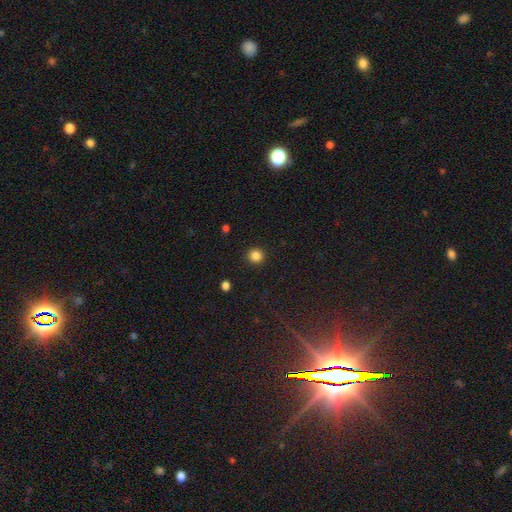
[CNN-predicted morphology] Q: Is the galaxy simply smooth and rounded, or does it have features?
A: smooth — 85%.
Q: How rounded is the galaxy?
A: round — 94%.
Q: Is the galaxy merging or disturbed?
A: none — 92%.